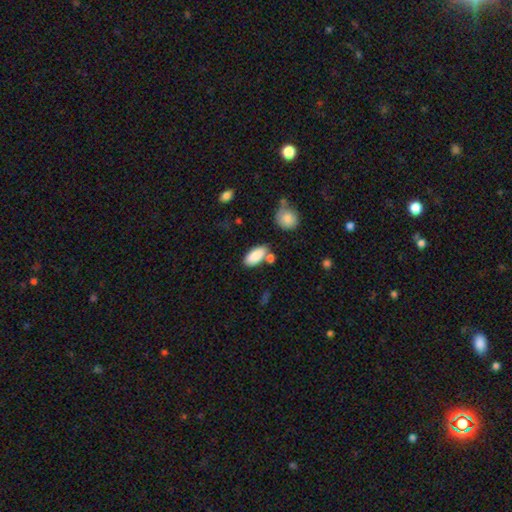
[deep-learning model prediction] Overall: smooth (88%). How rounded: in between (90%). Merging: none (69%).